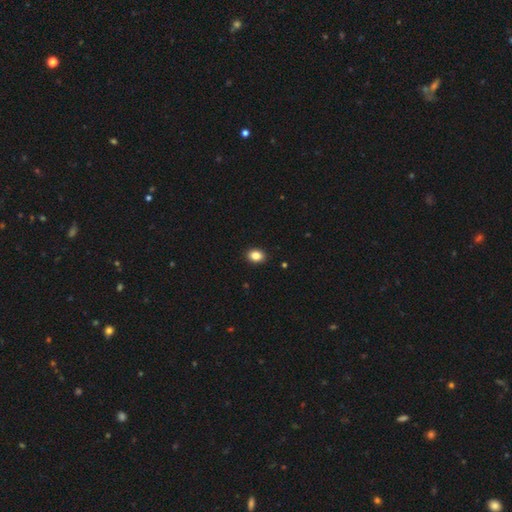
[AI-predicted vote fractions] A smooth galaxy with no disk features (86%) that is in between round and cigar-shaped (66%). Merging: none (91%).